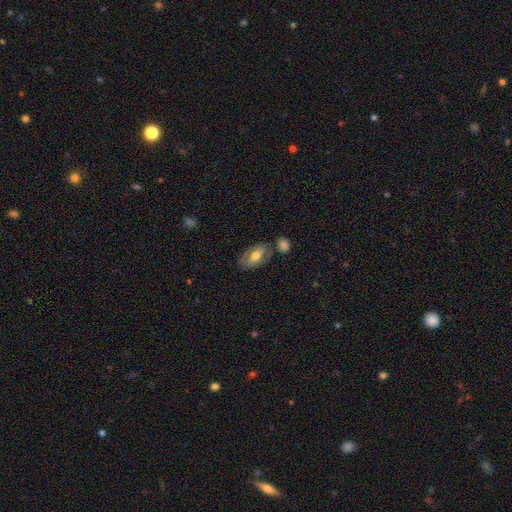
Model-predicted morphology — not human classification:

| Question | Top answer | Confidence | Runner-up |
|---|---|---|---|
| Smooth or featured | smooth | 54% | featured or disk (39%) |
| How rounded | in between | 88% | cigar-shaped (6%) |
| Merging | none | 66% | minor disturbance (17%) |